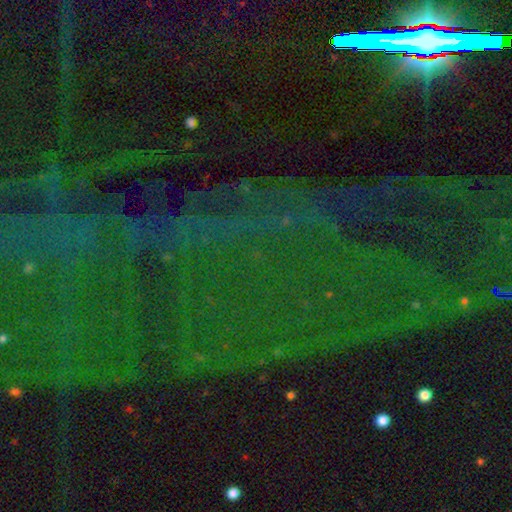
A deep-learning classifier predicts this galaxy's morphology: type=star or artifact (84%).